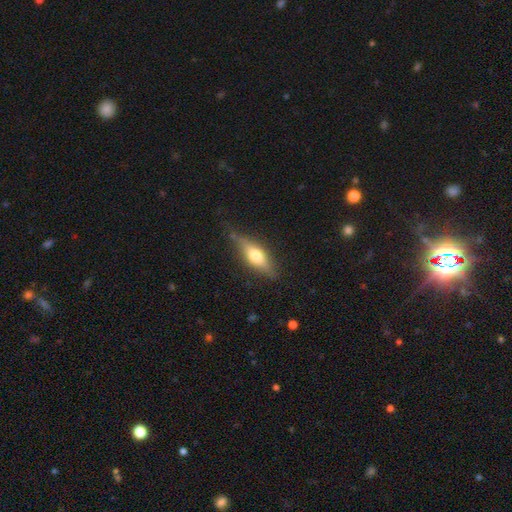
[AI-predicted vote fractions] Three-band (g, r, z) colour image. It shows a smooth galaxy with no disk features (50%). Merging: none (76%).